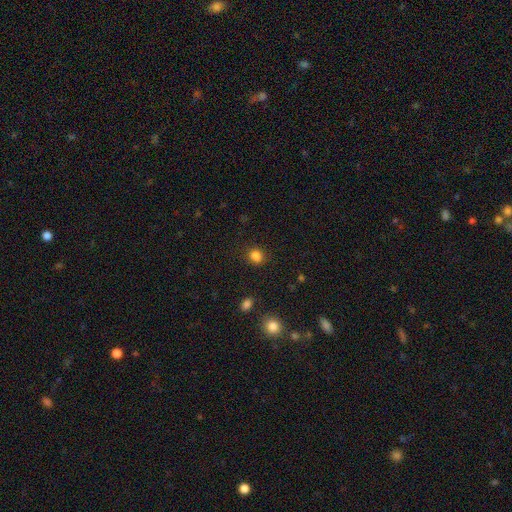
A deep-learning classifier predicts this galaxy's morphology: smooth 83%, star or artifact 13%, featured or disk 4%. Down the decision tree: how rounded — round (73%); merging — none (83%).